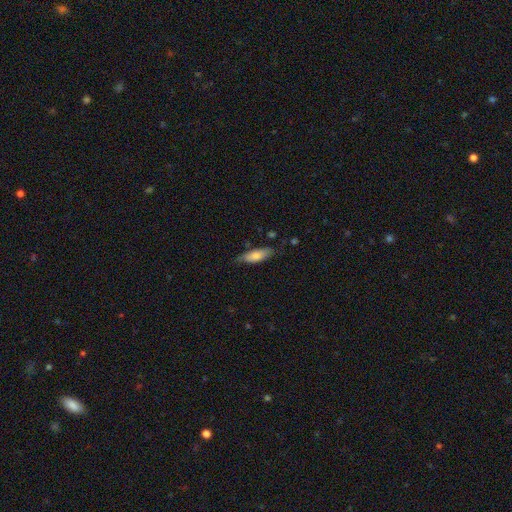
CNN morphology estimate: Q: Smooth or featured?
A: smooth (73%); runner-up: featured or disk (21%)
Q: How rounded?
A: in between (56%); runner-up: cigar-shaped (42%)
Q: Merging?
A: none (72%); runner-up: minor disturbance (22%)